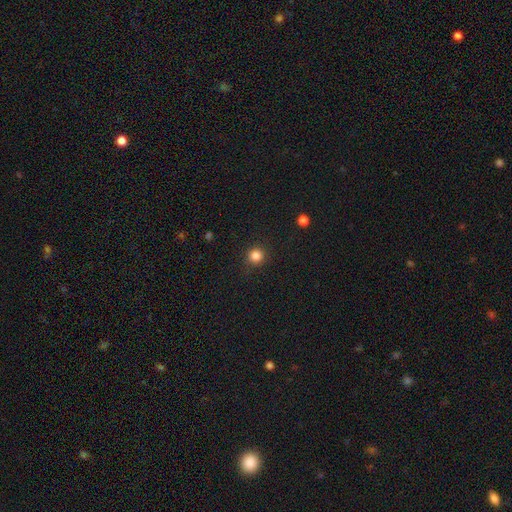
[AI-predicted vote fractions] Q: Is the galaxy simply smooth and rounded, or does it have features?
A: smooth — 85%.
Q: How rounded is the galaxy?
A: round — 95%.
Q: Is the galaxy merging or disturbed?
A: none — 90%.